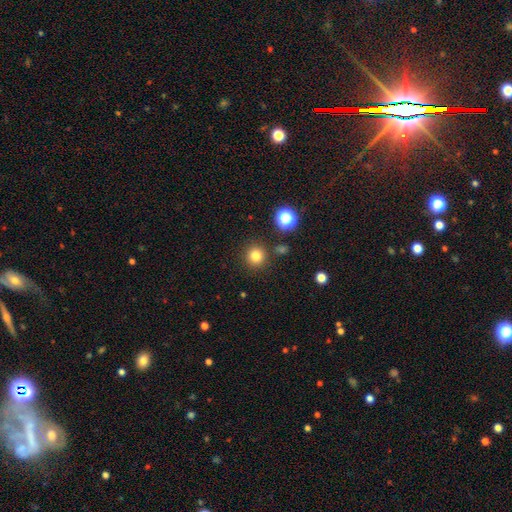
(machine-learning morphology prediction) Smooth or featured?
  - smooth: 80% *
  - star or artifact: 14%
  - featured or disk: 6%
How rounded?
  - round: 93% *
  - in between: 6%
  - cigar-shaped: 1%
Merging?
  - none: 87% *
  - minor disturbance: 7%
  - merger: 4%
  - major disturbance: 3%